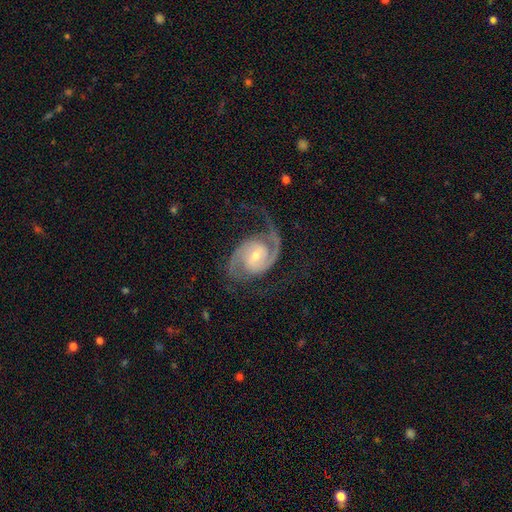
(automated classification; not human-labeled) featured or disk 92%, star or artifact 4%, smooth 4%. Down the decision tree: edge-on disk — no (98%); bar — weak (47%); spiral arms — yes (98%); spiral arm count — 2 (92%); spiral winding — medium (53%); bulge size — small (48%); merging — none (69%).